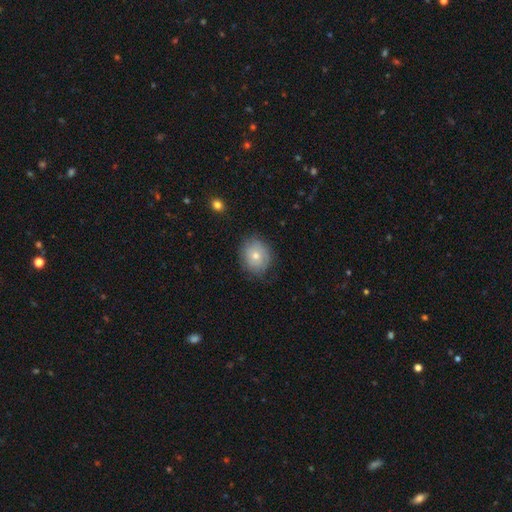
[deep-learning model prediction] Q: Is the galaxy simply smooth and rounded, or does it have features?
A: smooth — 69%.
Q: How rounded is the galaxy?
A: round — 72%.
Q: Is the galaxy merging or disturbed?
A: none — 76%.